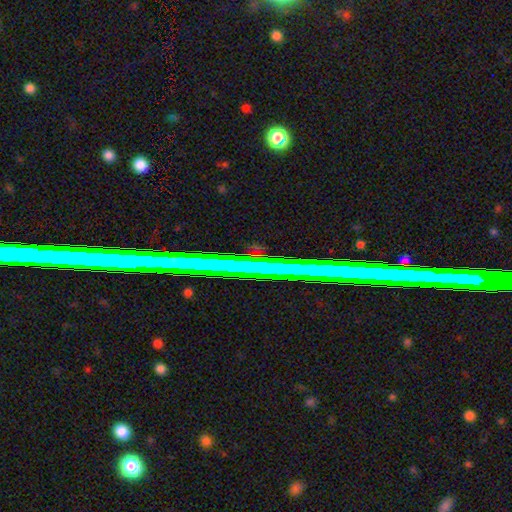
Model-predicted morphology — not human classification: Smooth or featured: star or artifact — 65% (smooth — 18%)